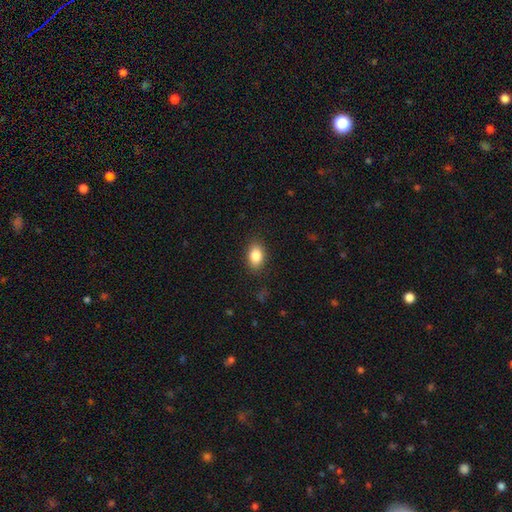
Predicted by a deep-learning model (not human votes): This appears to be a smooth galaxy with no disk features (86%) that is in between round and cigar-shaped (83%). Merging: none (86%).